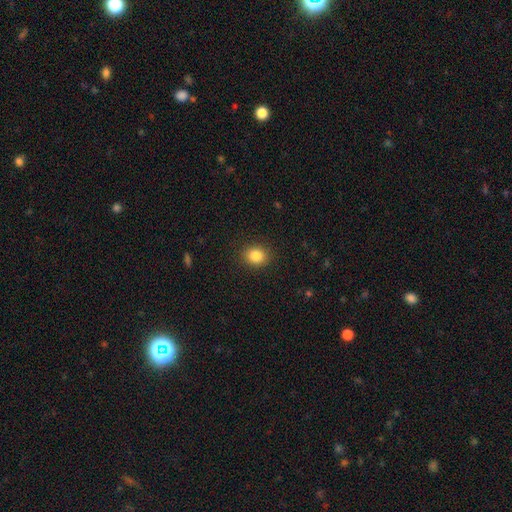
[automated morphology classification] smooth_or_featured: smooth (p=0.85) [alt: star or artifact p=0.10]
how_rounded: round (p=0.65) [alt: in between p=0.34]
merging: none (p=0.89) [alt: minor disturbance p=0.07]